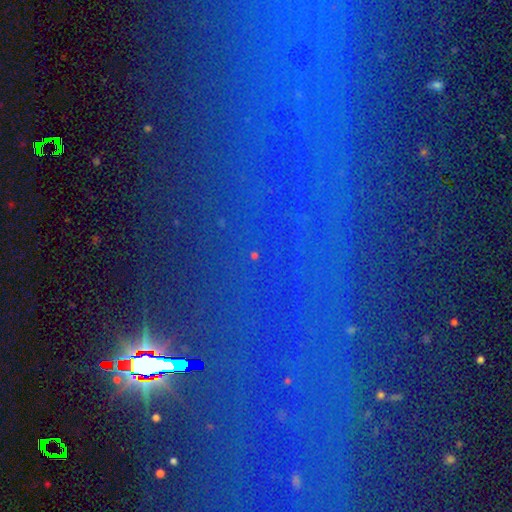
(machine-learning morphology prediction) star or artifact 82%, smooth 9%, featured or disk 9%.